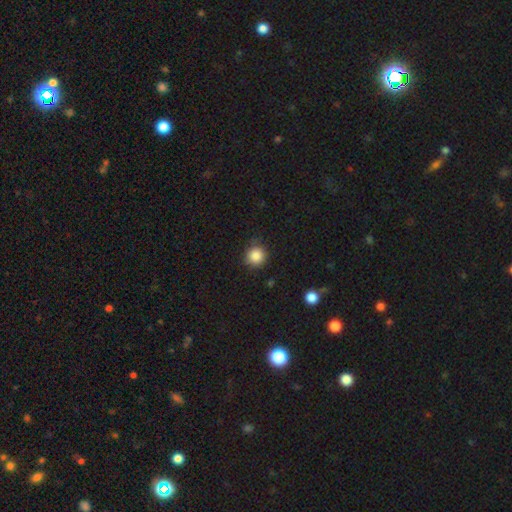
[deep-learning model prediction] Q: Smooth or featured?
A: smooth (86%); runner-up: star or artifact (10%)
Q: How rounded?
A: round (93%); runner-up: in between (7%)
Q: Merging?
A: none (82%); runner-up: minor disturbance (13%)